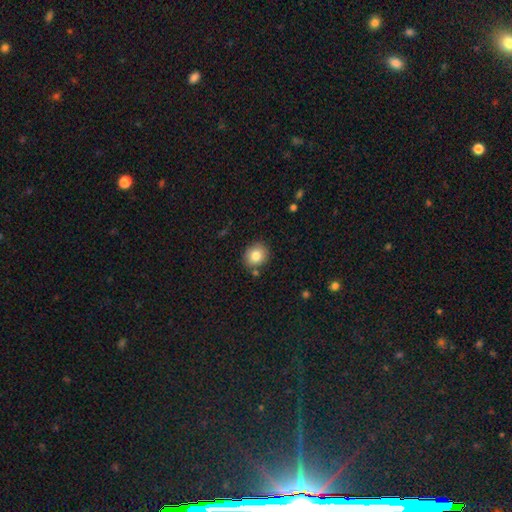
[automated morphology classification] Q: Smooth or featured?
A: smooth (82%); runner-up: star or artifact (10%)
Q: How rounded?
A: round (76%); runner-up: in between (23%)
Q: Merging?
A: none (83%); runner-up: minor disturbance (9%)